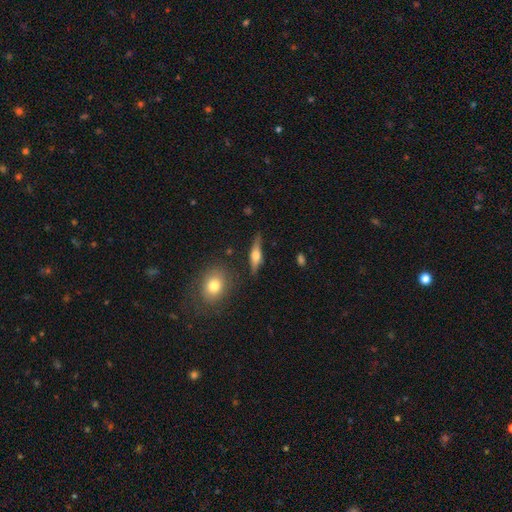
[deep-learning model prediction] A featured or disk galaxy (59%) viewed edge-on (93%) with a rounded central bulge (90%).

Vote fractions:
- Smooth or featured? featured or disk: 59% / smooth: 34% / star or artifact: 7%
- Edge-on disk? yes: 93% / no: 7%
- Edge-on bulge? rounded: 90% / boxy: 7% / none: 2%
- Merging? none: 78% / minor disturbance: 15% / major disturbance: 4% / merger: 3%